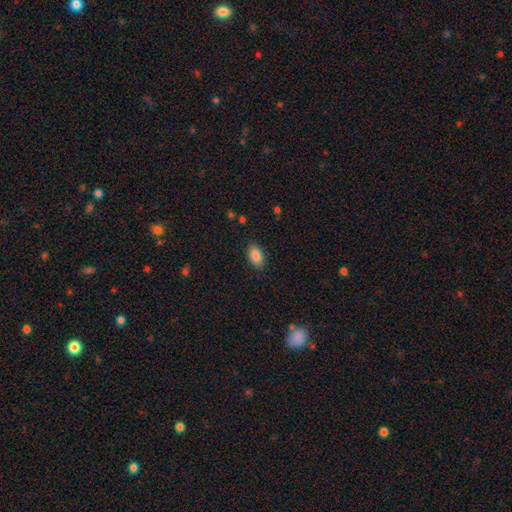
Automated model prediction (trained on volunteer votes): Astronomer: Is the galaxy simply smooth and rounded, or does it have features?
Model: smooth — 86%.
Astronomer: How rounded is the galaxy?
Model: in between — 92%.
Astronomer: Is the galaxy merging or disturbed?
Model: none — 87%.